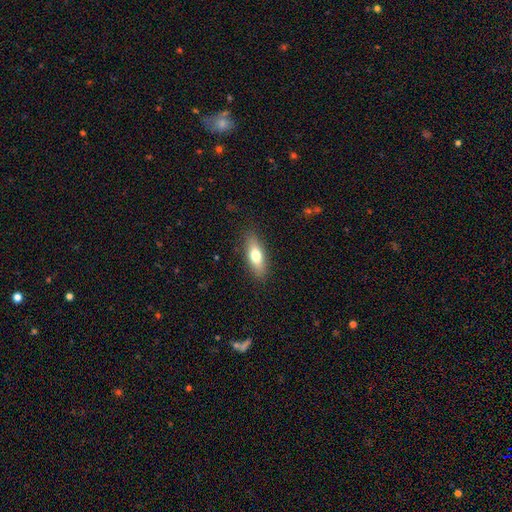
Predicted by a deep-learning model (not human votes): smooth_or_featured: smooth (p=0.70) [alt: featured or disk p=0.23]
how_rounded: in between (p=0.63) [alt: cigar-shaped p=0.34]
merging: none (p=0.86) [alt: minor disturbance p=0.11]